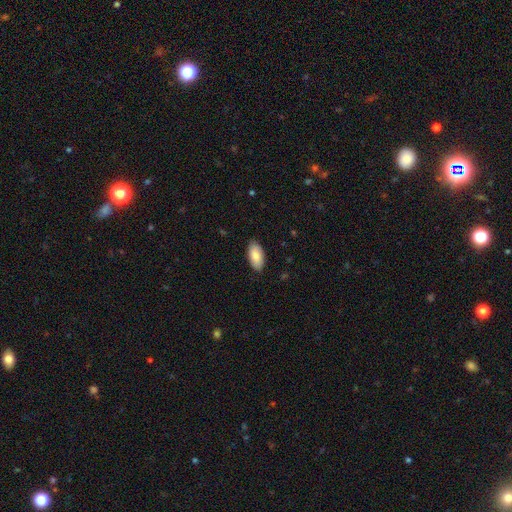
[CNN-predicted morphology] smooth_or_featured: smooth (p=0.83) [alt: featured or disk p=0.11]
how_rounded: in between (p=0.94) [alt: cigar-shaped p=0.04]
merging: none (p=0.88) [alt: minor disturbance p=0.10]